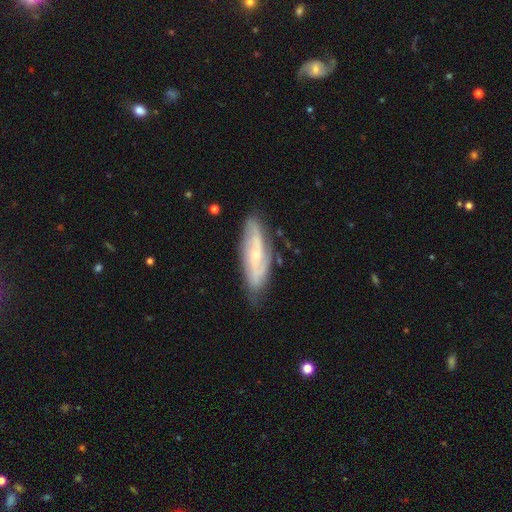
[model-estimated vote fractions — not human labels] Smooth or featured? featured or disk (70%)
Edge-on disk? no (79%)
Bar? no (57%)
Spiral arms? yes (87%)
Bulge size? small (71%)
Merging? none (75%)